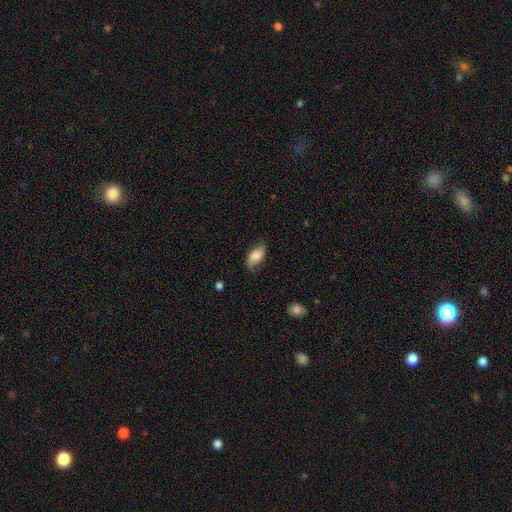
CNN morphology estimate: Smooth or featured?
  - smooth: 68% *
  - featured or disk: 25%
  - star or artifact: 7%
How rounded?
  - in between: 91% *
  - cigar-shaped: 5%
  - round: 4%
Merging?
  - none: 71% *
  - minor disturbance: 23%
  - major disturbance: 5%
  - merger: 1%